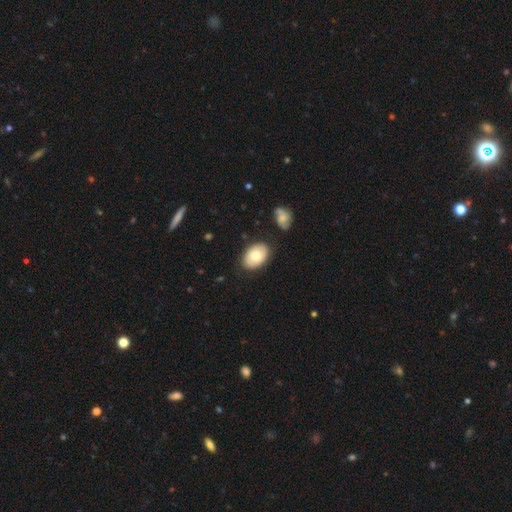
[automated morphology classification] Q: Smooth or featured?
A: smooth (74%); runner-up: featured or disk (20%)
Q: How rounded?
A: in between (88%); runner-up: round (11%)
Q: Merging?
A: none (82%); runner-up: minor disturbance (12%)